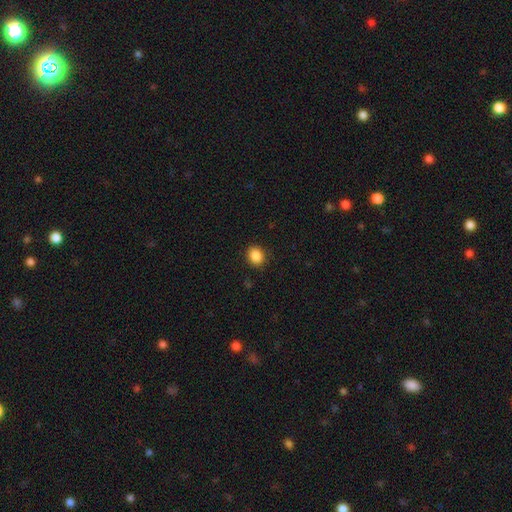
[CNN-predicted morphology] A smooth galaxy with no disk features (88%) that is round (58%). Merging: none (88%).